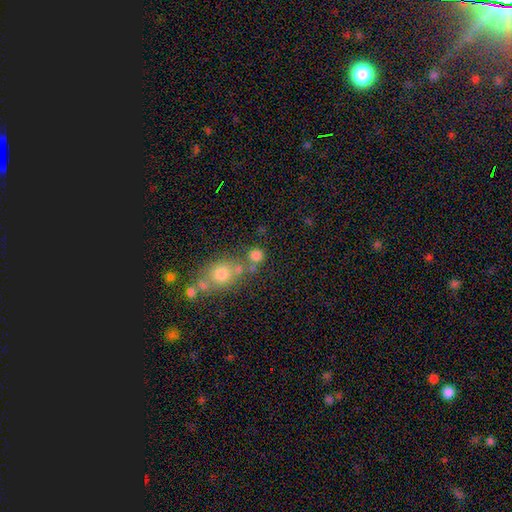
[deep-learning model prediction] Morphology: type=smooth (77%); roundness=round (88%); merging=none (63%).